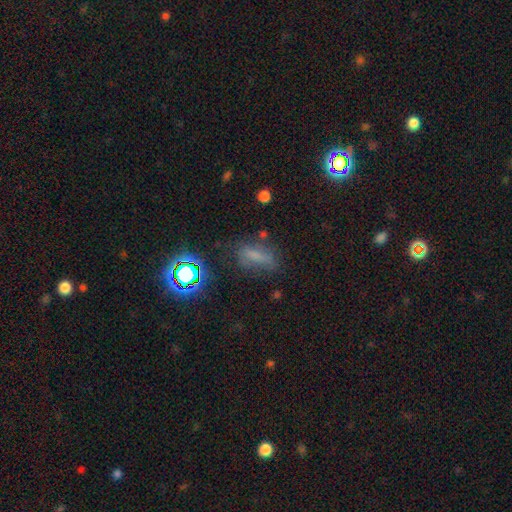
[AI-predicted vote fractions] Smooth or featured? smooth (52%)
How rounded? in between (59%)
Merging? none (59%)